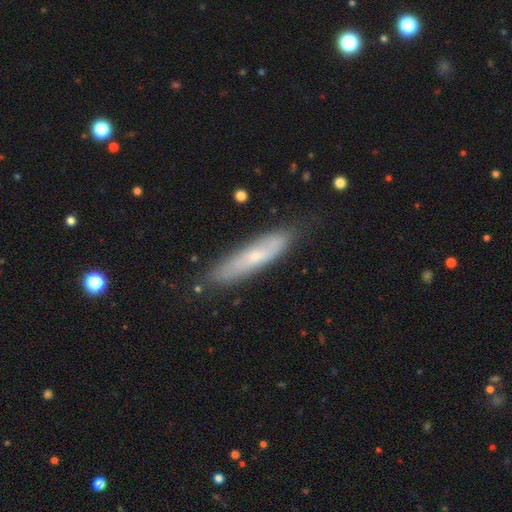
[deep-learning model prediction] Q: Smooth or featured?
A: smooth (49%); runner-up: featured or disk (44%)
Q: Merging?
A: none (79%); runner-up: minor disturbance (16%)